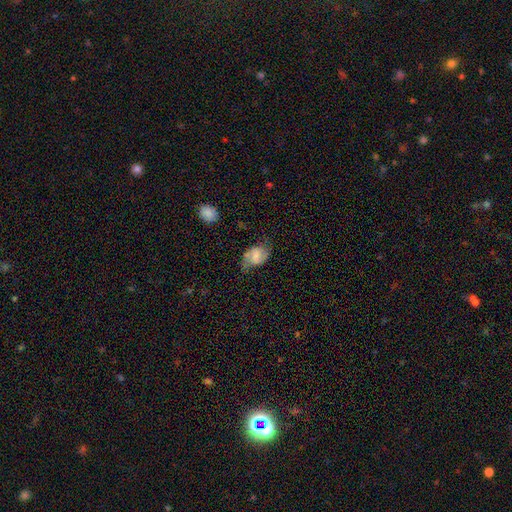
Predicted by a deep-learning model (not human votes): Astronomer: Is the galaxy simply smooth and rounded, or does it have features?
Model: smooth — 47% (runner-up: featured or disk, 45%).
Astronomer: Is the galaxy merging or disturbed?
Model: none — 57%.